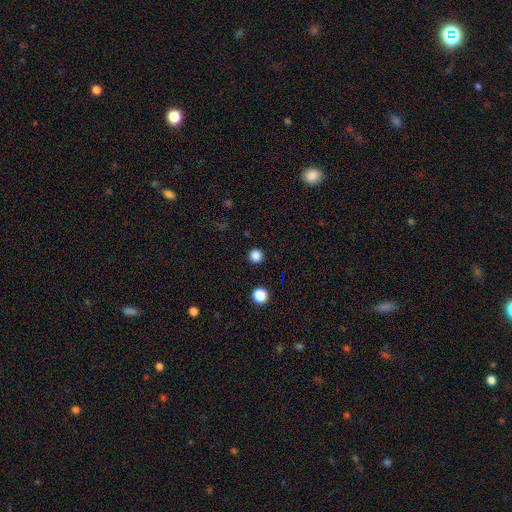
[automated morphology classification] Smooth or featured?
  - smooth: 84% *
  - star or artifact: 13%
  - featured or disk: 3%
How rounded?
  - round: 96% *
  - in between: 3%
  - cigar-shaped: 1%
Merging?
  - none: 92% *
  - minor disturbance: 4%
  - major disturbance: 2%
  - merger: 1%